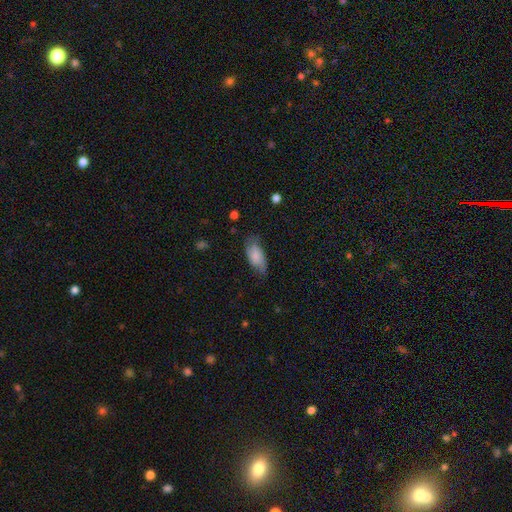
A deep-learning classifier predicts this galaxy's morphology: This is likely a smooth galaxy (65%). How rounded: clearly in between (88%). Merging: likely none (60%).